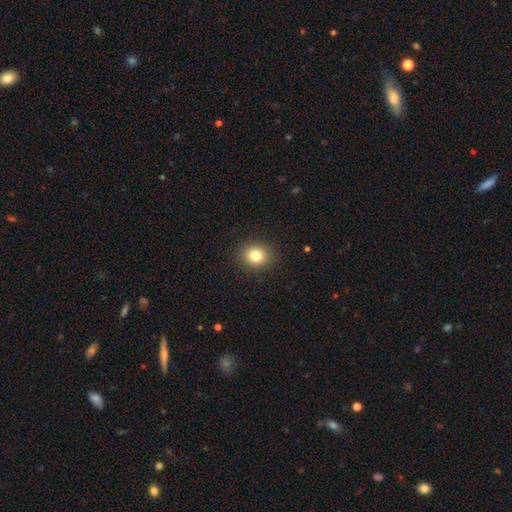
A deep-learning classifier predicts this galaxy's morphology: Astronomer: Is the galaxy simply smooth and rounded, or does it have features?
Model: smooth — 81%.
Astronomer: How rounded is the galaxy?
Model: round — 78%.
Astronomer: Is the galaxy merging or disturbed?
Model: none — 90%.